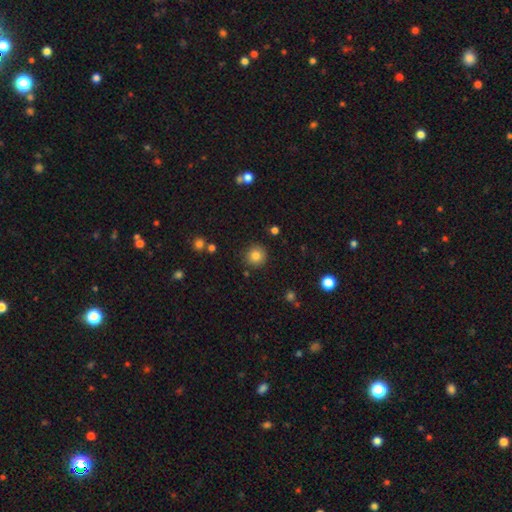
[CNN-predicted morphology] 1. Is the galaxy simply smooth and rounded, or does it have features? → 83% smooth, 12% star or artifact, 6% featured or disk.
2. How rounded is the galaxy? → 94% round, 5% in between, 1% cigar-shaped.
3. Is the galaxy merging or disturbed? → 89% none, 7% minor disturbance, 2% major disturbance, 2% merger.